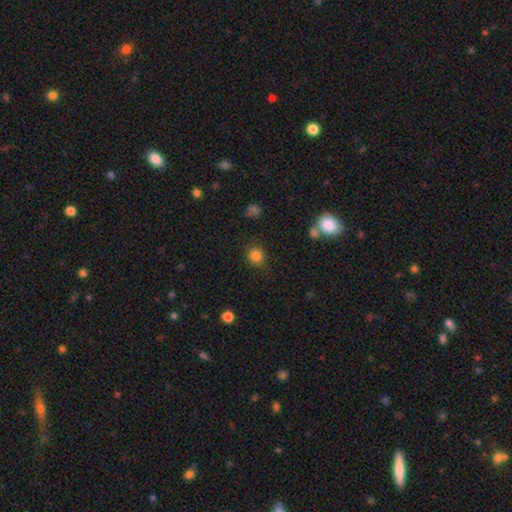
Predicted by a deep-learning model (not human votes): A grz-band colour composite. It shows a smooth galaxy with no disk features (83%) that is round (87%). Merging: none (86%).